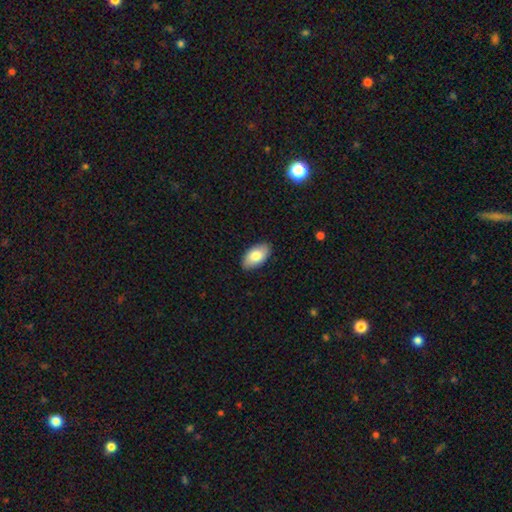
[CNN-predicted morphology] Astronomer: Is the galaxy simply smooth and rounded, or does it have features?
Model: smooth — 80%.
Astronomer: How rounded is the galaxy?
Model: in between — 95%.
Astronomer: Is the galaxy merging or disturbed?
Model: none — 89%.